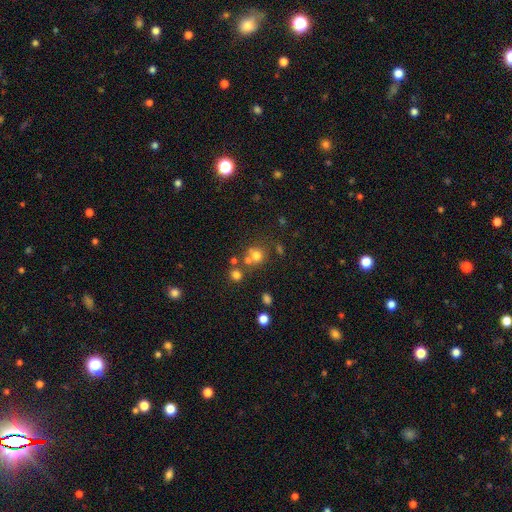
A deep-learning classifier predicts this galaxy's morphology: A smooth galaxy with no disk features (68%) that is round (83%). Merging: none (54%).